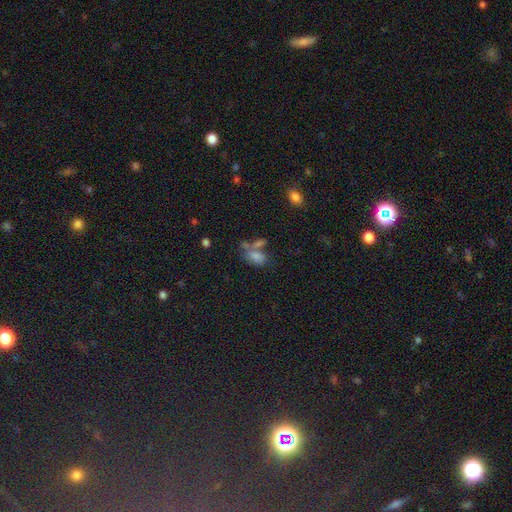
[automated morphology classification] smooth 66%, star or artifact 20%, featured or disk 15%. Down the decision tree: how rounded — in between (84%); merging — none (37%).